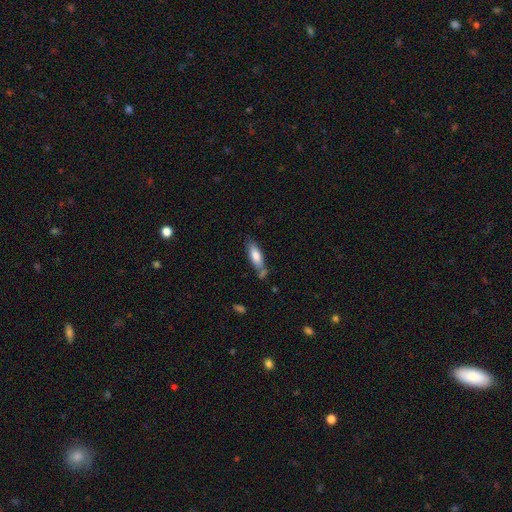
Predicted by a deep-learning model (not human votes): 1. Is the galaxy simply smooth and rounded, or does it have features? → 76% smooth, 17% featured or disk, 6% star or artifact.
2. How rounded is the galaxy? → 58% in between, 40% cigar-shaped, 2% round.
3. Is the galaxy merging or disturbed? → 57% none, 21% minor disturbance, 17% merger, 5% major disturbance.